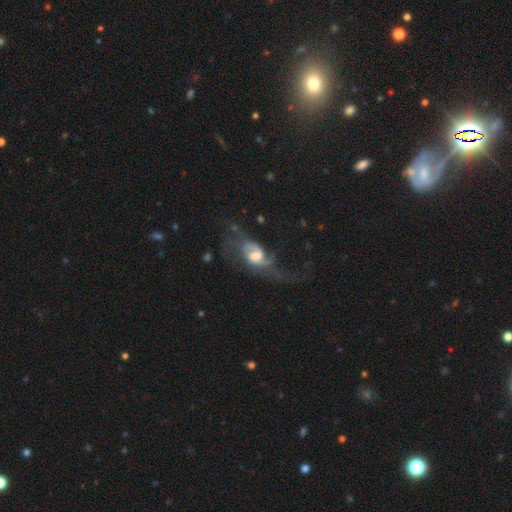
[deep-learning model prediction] A featured or disk galaxy (78%) with a weak bar (47%), 2 (67%) loose (54%) spiral arms (90%) and a moderate central bulge (43%). Merging: major disturbance (44%).